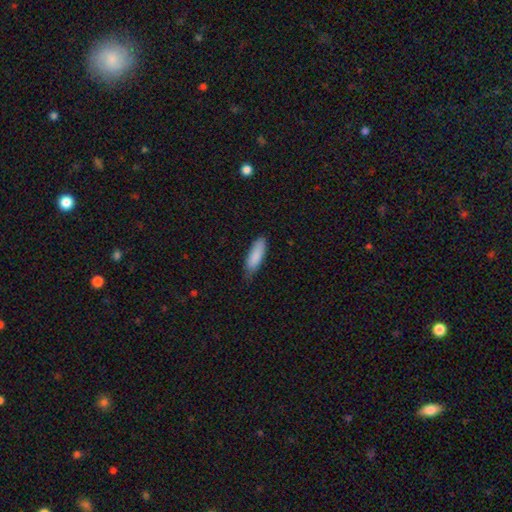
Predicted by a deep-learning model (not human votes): Smooth or featured?
  - smooth: 87% *
  - featured or disk: 7%
  - star or artifact: 6%
How rounded?
  - in between: 57% *
  - cigar-shaped: 42%
  - round: 2%
Merging?
  - none: 67% *
  - minor disturbance: 28%
  - major disturbance: 4%
  - merger: 1%